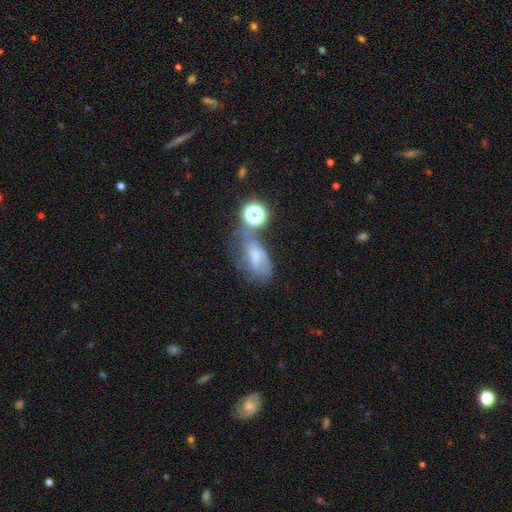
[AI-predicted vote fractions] Morphology: type=featured or disk (45%); merging=major disturbance (29%).